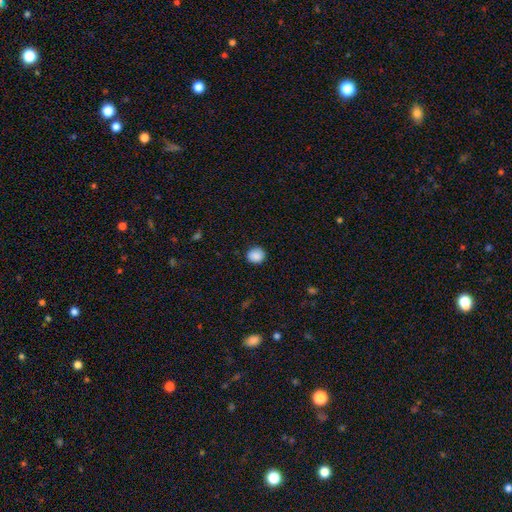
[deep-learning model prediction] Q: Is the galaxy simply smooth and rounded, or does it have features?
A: smooth — 88%.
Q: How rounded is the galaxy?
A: round — 84%.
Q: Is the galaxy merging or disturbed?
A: none — 88%.